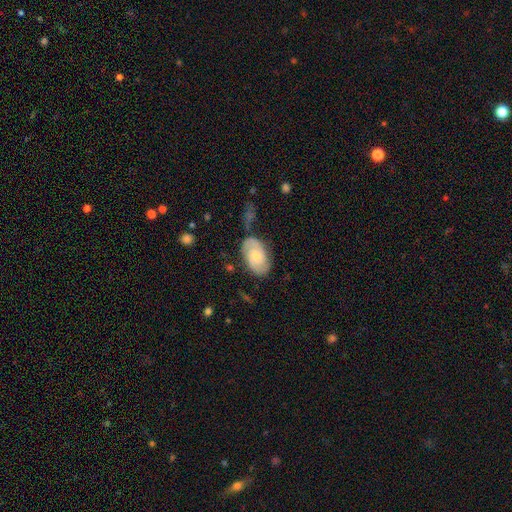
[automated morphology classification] The model was most divided on "smooth or featured" (2-way tie): smooth: 47%, featured or disk: 47%, star or artifact: 7%. More confident: merging — none (68%).